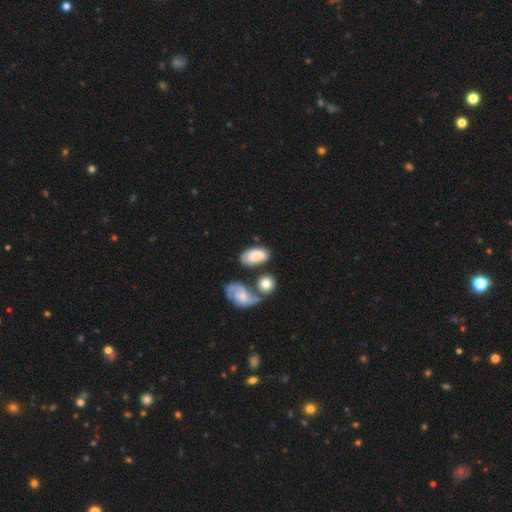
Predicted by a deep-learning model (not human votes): Smooth or featured? Predicted: smooth (p=0.69). How rounded? Predicted: in between (p=0.91). Merging? Predicted: none (p=0.47).